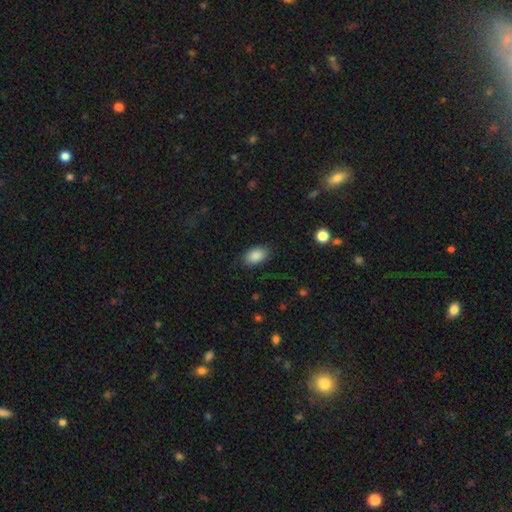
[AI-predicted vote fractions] smooth 88%, star or artifact 7%, featured or disk 5%. Down the decision tree: how rounded — in between (91%); merging — none (85%).